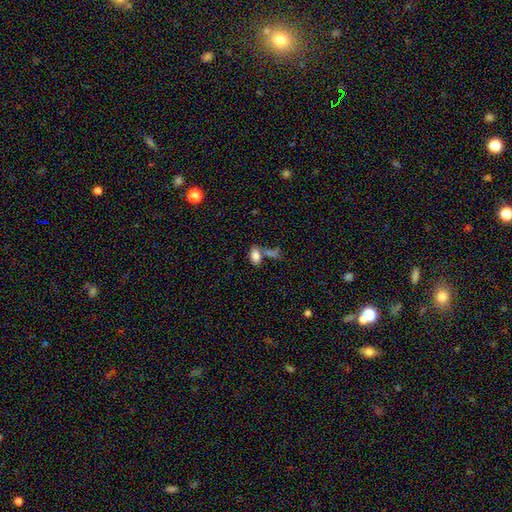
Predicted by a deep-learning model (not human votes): Overall: smooth (82%). How rounded: in between (90%). Merging: none (49%; merger 31%).